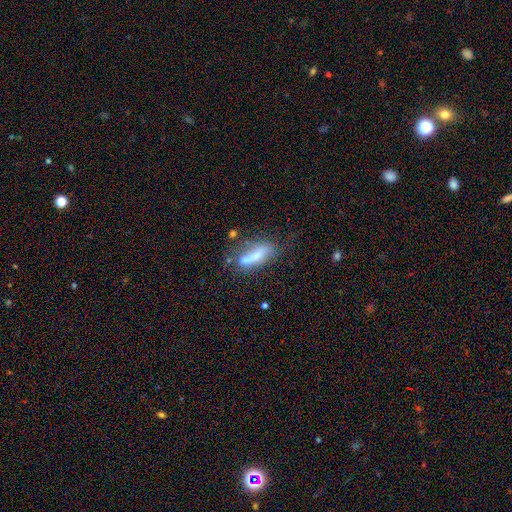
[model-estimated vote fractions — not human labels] Overall: smooth (50%; featured or disk 38%). How rounded: in between (56%; cigar-shaped 39%). Merging: merger (31%; none 29%).